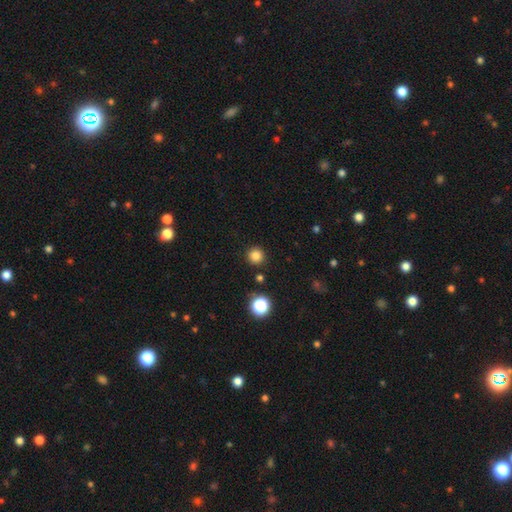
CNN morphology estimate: smooth-or-featured: smooth: 82% | star or artifact: 14% | featured or disk: 4%
  how-rounded: round: 95% | in between: 4% | cigar-shaped: 1%
  merging: none: 91% | minor disturbance: 5% | merger: 2% | major disturbance: 2%